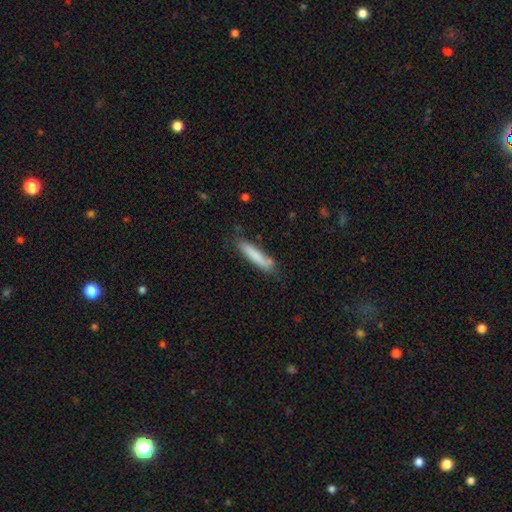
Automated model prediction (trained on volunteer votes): Smooth or featured? Predicted: smooth (p=0.79). How rounded? Predicted: cigar-shaped (p=0.88). Merging? Predicted: none (p=0.74).